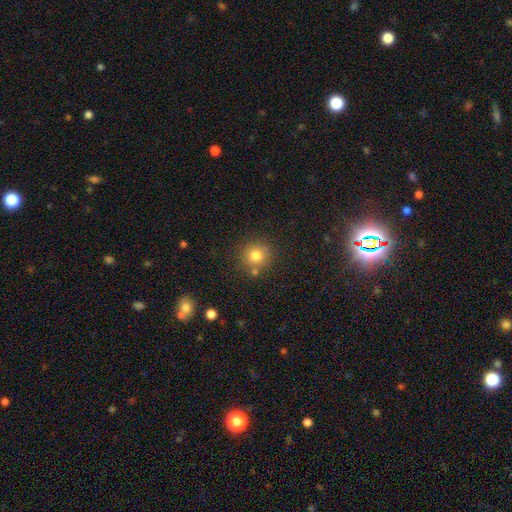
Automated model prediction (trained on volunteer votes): This is likely a smooth galaxy (79%). How rounded: clearly round (91%). Merging: likely none (77%).